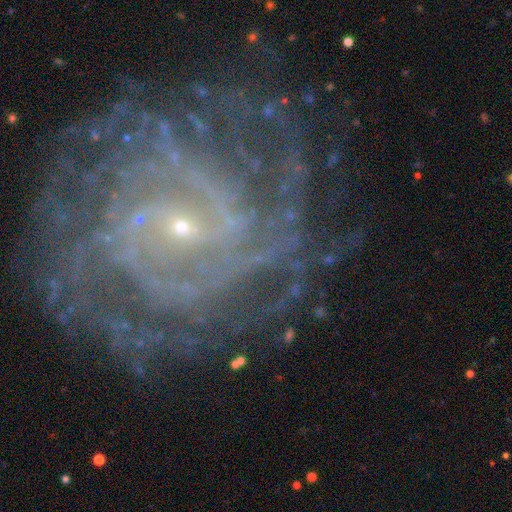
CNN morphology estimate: Smooth or featured? Predicted: featured or disk (p=0.88). Edge-on disk? Predicted: no (p=0.97). Bar? Predicted: no (p=0.49). Spiral arms? Predicted: yes (p=0.98). Spiral winding? Predicted: tight (p=0.68). Spiral arm count? Predicted: can't tell (p=0.22). Bulge size? Predicted: small (p=0.88). Merging? Predicted: none (p=0.72).